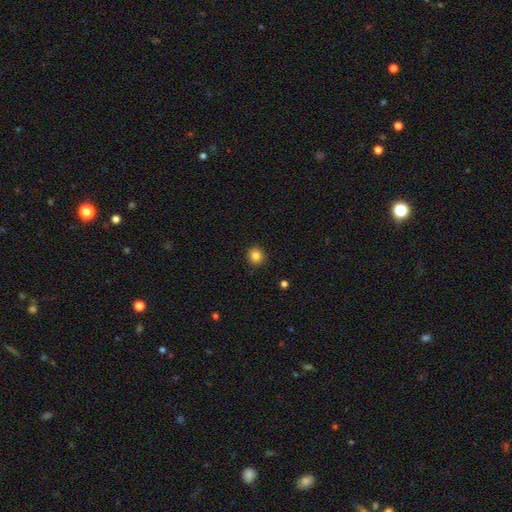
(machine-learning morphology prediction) A smooth galaxy with no disk features (84%) that is round (93%). Merging: none (92%).